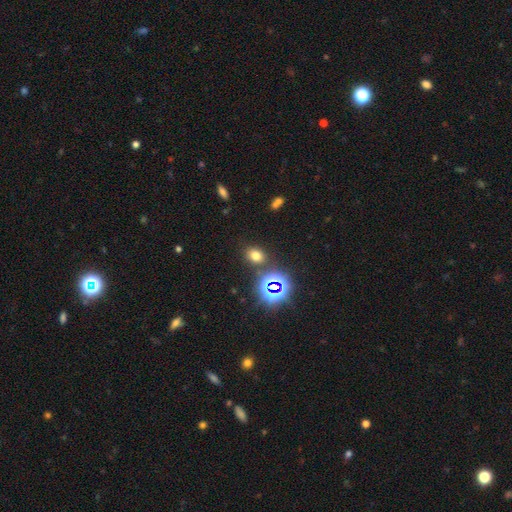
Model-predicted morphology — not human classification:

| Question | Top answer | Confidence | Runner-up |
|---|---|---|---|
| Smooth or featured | smooth | 65% | star or artifact (27%) |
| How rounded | in between | 53% | round (46%) |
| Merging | none | 81% | minor disturbance (9%) |